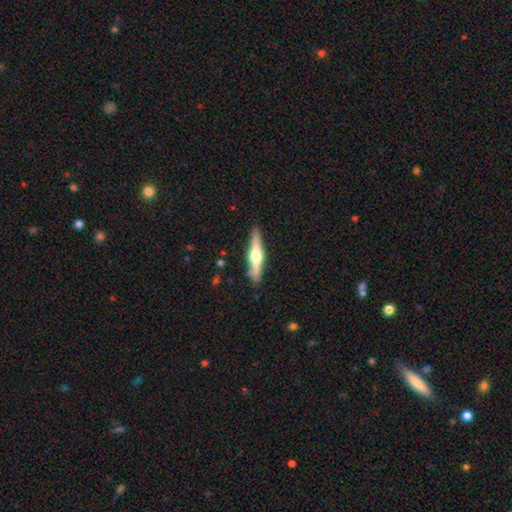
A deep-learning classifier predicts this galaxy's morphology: This is likely a featured or disk galaxy (64%). It is clearly viewed edge-on (97%). Edge-on bulge: clearly rounded (93%). Merging: clearly none (87%).